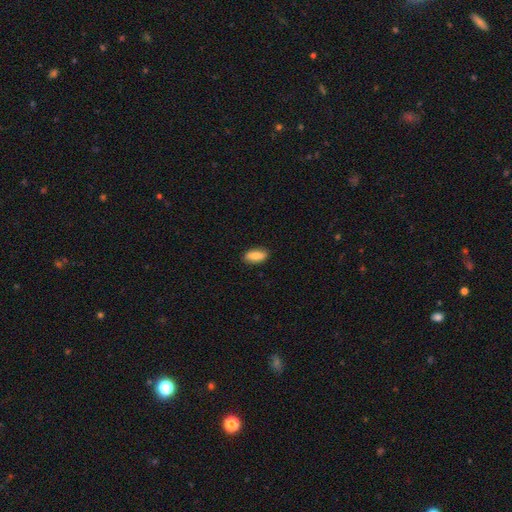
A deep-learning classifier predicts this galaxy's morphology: Smooth or featured? Predicted: smooth (p=0.79). How rounded? Predicted: in between (p=0.85). Merging? Predicted: none (p=0.88).